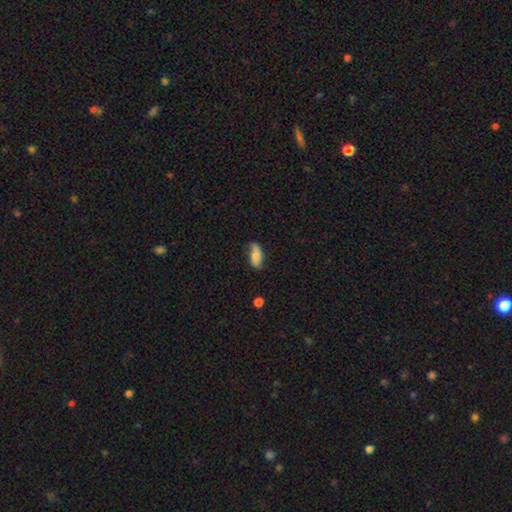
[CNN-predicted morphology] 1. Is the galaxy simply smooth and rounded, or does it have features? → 65% smooth, 28% featured or disk, 7% star or artifact.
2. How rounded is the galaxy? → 82% in between, 15% cigar-shaped, 3% round.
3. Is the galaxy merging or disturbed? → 63% none, 28% minor disturbance, 6% major disturbance, 2% merger.